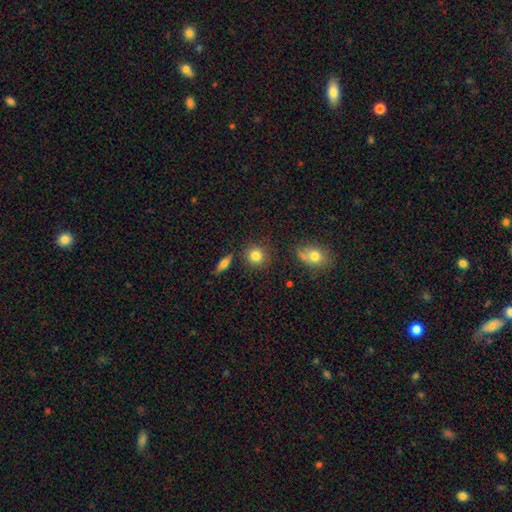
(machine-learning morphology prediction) smooth-or-featured: smooth: 81% | star or artifact: 10% | featured or disk: 9%
  how-rounded: round: 87% | in between: 12% | cigar-shaped: 2%
  merging: none: 83% | minor disturbance: 9% | merger: 5% | major disturbance: 3%